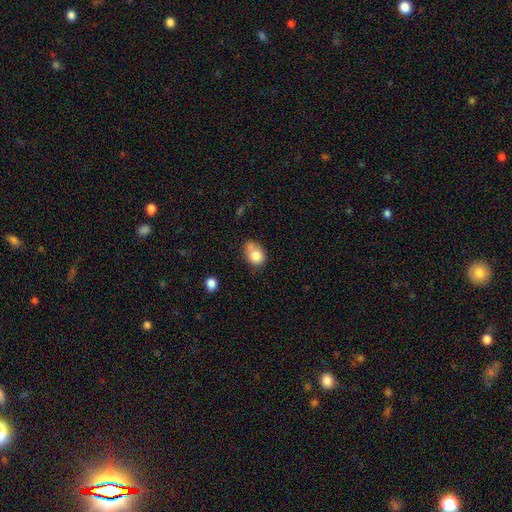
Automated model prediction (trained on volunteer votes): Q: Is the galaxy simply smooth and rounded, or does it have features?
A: smooth — 79%.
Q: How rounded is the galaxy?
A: round — 50%.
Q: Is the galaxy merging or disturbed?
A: none — 43%.